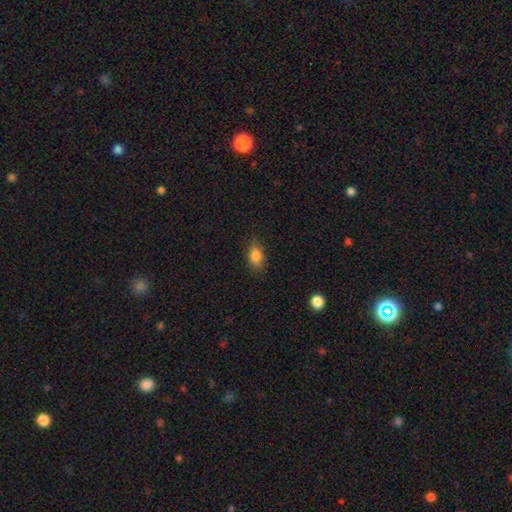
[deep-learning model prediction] smooth-or-featured: smooth: 84% | star or artifact: 9% | featured or disk: 7%
  how-rounded: in between: 83% | round: 13% | cigar-shaped: 3%
  merging: none: 82% | minor disturbance: 14% | major disturbance: 3% | merger: 1%